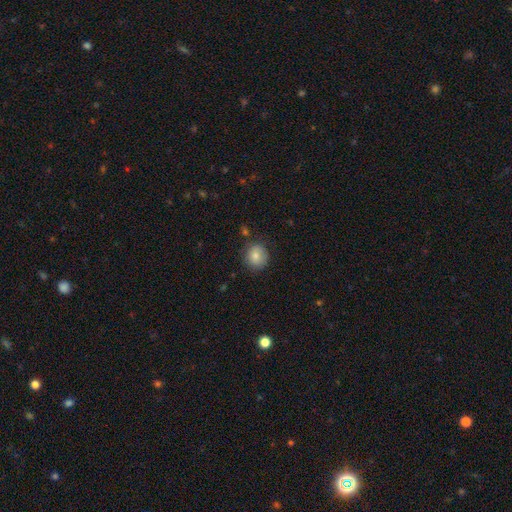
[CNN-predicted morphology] Smooth or featured: smooth — 80% (featured or disk — 11%)
How rounded: round — 86% (in between — 13%)
Merging: none — 80% (minor disturbance — 14%)